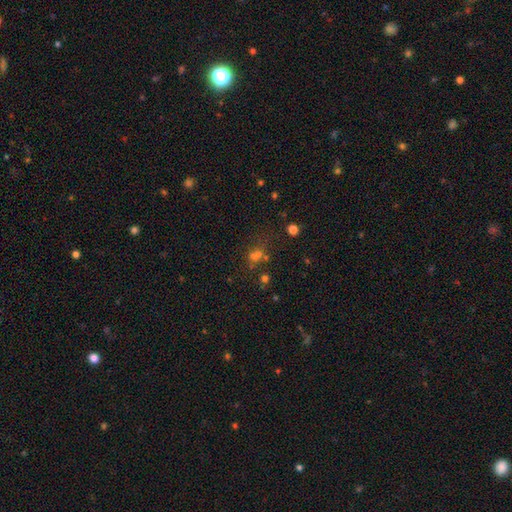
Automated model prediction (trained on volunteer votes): Smooth or featured? Predicted: smooth (p=0.44). Merging? Predicted: none (p=0.51).